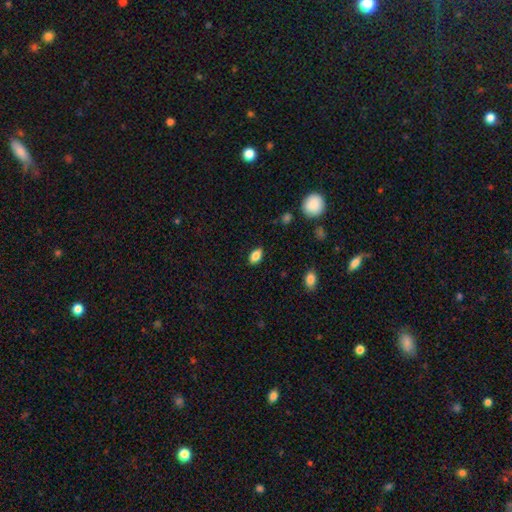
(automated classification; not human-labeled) Morphology: type=smooth (83%); roundness=in between (87%); merging=none (86%).